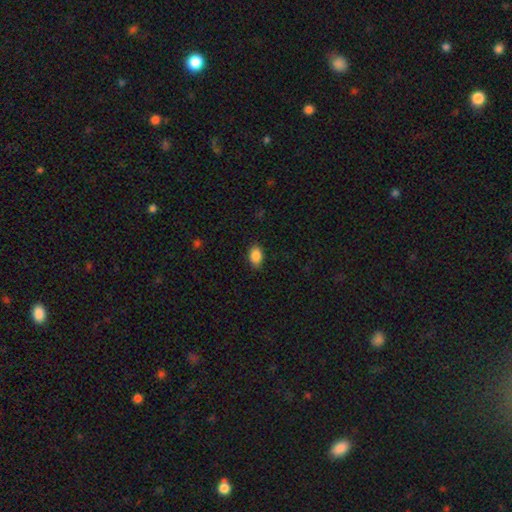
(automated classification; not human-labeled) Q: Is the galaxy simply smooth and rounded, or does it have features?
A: smooth — 88%.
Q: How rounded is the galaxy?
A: in between — 85%.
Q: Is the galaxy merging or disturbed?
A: none — 87%.